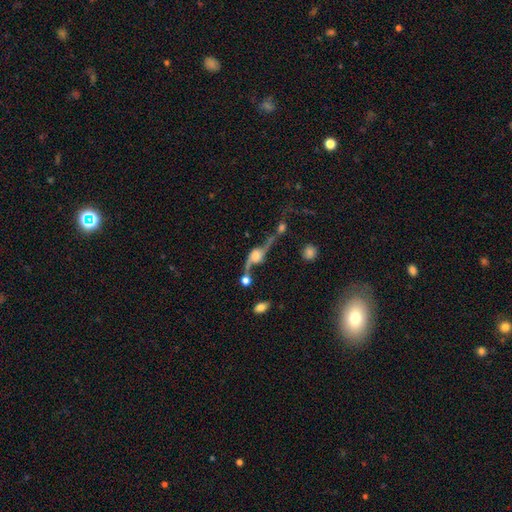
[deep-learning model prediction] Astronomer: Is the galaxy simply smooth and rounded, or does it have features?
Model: featured or disk — 80%.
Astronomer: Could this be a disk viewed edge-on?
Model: no — 71%.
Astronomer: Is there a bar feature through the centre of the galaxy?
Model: no — 69%.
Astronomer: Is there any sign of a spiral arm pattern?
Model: yes — 91%.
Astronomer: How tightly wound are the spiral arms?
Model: loose — 91%.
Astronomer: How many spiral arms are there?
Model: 2 — 92%.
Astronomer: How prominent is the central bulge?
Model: large — 35% (runner-up: moderate, 26%).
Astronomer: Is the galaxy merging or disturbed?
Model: none — 39% (runner-up: merger, 29%).